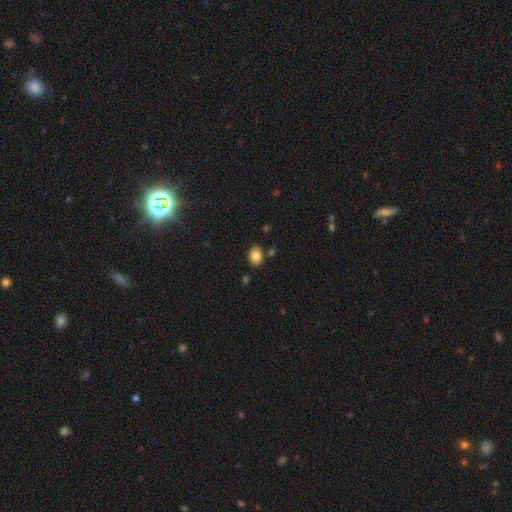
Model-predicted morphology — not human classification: A smooth galaxy with no disk features (84%) that is in between round and cigar-shaped (67%).

Vote fractions:
- Smooth or featured? smooth: 84% / star or artifact: 9% / featured or disk: 7%
- How rounded? in between: 67% / round: 32% / cigar-shaped: 1%
- Merging? none: 81% / minor disturbance: 11% / merger: 6% / major disturbance: 3%